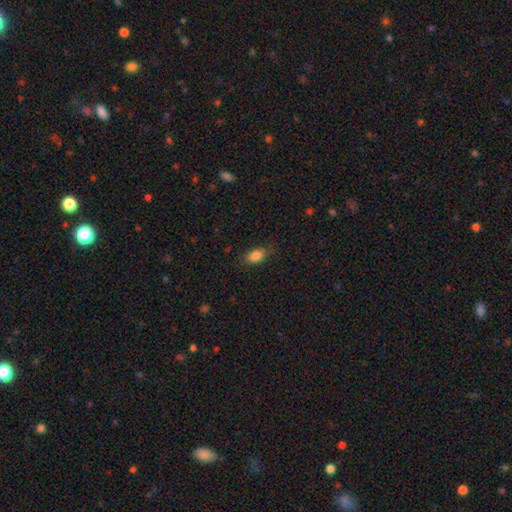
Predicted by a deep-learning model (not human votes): smooth_or_featured: smooth (p=0.83) [alt: star or artifact p=0.09]
how_rounded: in between (p=0.86) [alt: round p=0.08]
merging: none (p=0.78) [alt: minor disturbance p=0.17]